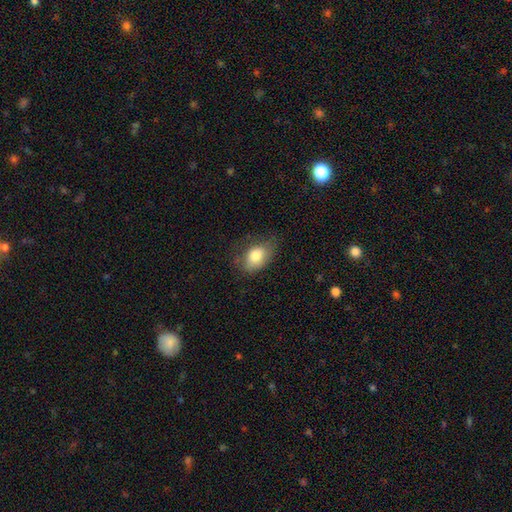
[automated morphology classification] This appears to be a smooth galaxy with no disk features (78%) that is in between round and cigar-shaped (82%). Merging: none (62%).